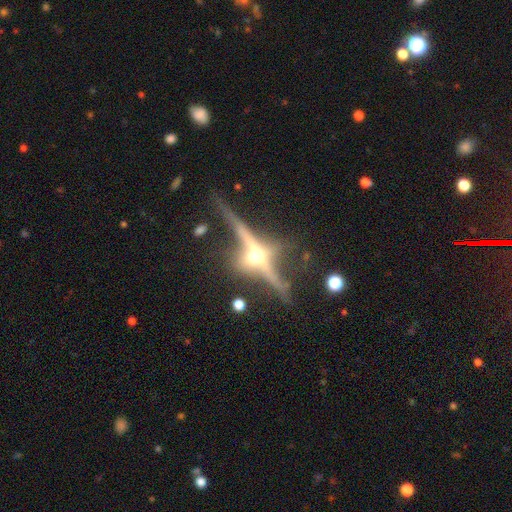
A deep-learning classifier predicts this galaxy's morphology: Overall: featured or disk (85%). Edge-on disk: yes (92%). Edge-on bulge: rounded (95%). Merging: none (69%).